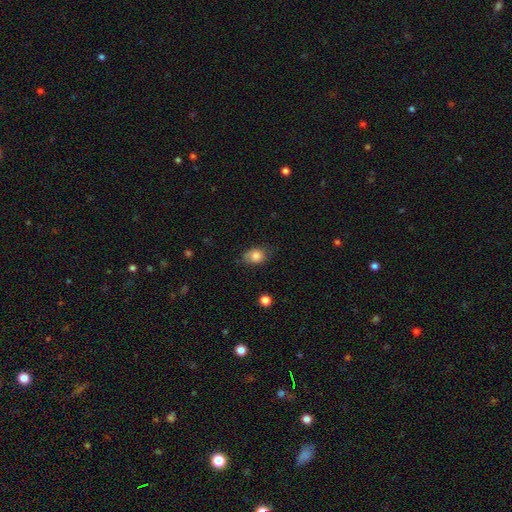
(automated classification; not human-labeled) Morphology: type=smooth (83%); roundness=in between (67%); merging=none (66%).